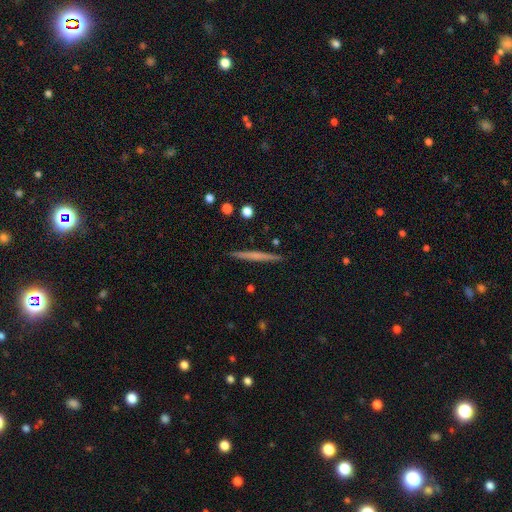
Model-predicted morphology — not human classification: featured or disk 49%, smooth 46%, star or artifact 6%. Down the decision tree: merging — none (92%).